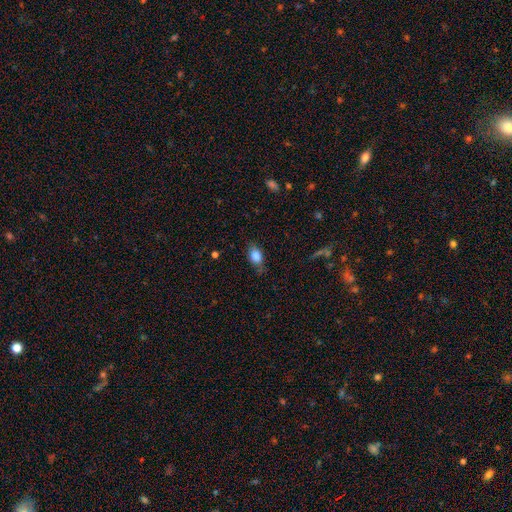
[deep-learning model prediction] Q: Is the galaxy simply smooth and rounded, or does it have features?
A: smooth — 80%.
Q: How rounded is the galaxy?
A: in between — 82%.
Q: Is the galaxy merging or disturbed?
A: none — 72%.